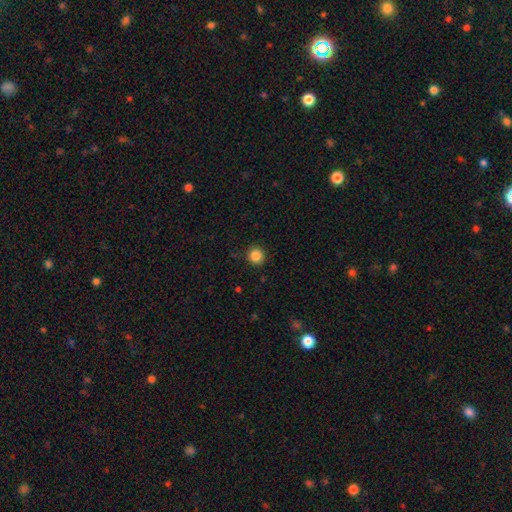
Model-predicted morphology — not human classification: Q: Smooth or featured?
A: smooth (86%); runner-up: star or artifact (11%)
Q: How rounded?
A: round (93%); runner-up: in between (6%)
Q: Merging?
A: none (90%); runner-up: minor disturbance (7%)